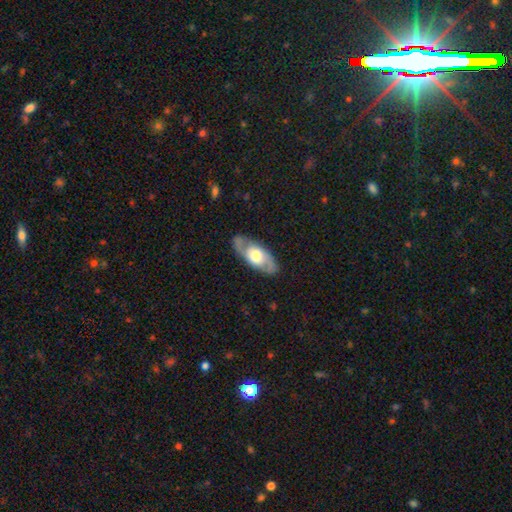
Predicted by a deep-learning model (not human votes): This appears to be a featured or disk galaxy (71%) with no bar (72%), spiral arms (76%) and a moderate central bulge (55%). Merging: none (84%).